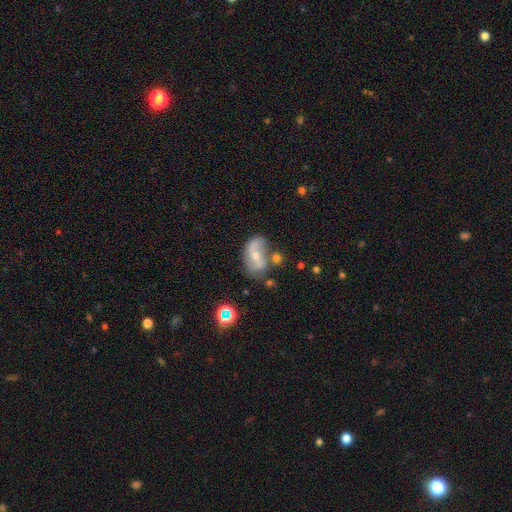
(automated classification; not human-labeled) Smooth or featured? Predicted: featured or disk (p=0.59). Edge-on disk? Predicted: no (p=0.94). Bar? Predicted: no (p=0.41). Spiral arms? Predicted: yes (p=0.72). Bulge size? Predicted: small (p=0.53). Merging? Predicted: none (p=0.46).